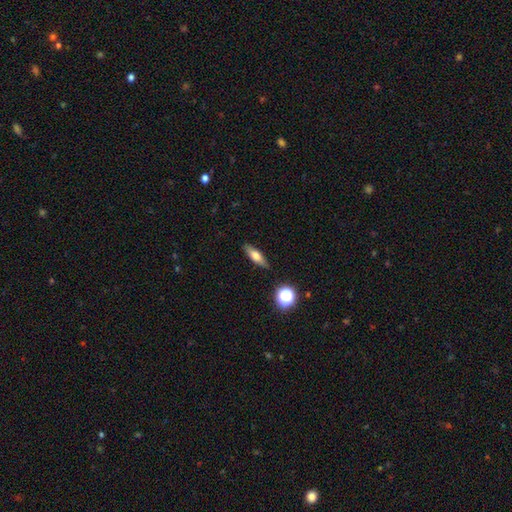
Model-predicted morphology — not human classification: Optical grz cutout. It shows a smooth galaxy with no disk features (59%) that is cigar-shaped (53%). Merging: none (87%).